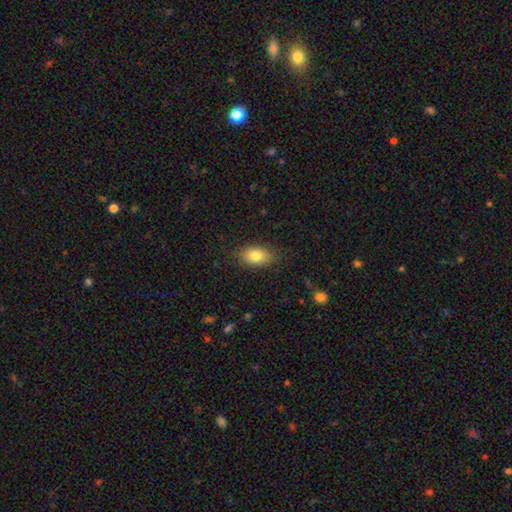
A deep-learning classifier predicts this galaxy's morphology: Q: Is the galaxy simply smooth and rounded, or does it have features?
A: smooth — 82%.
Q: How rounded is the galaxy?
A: in between — 87%.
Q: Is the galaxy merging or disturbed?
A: none — 83%.